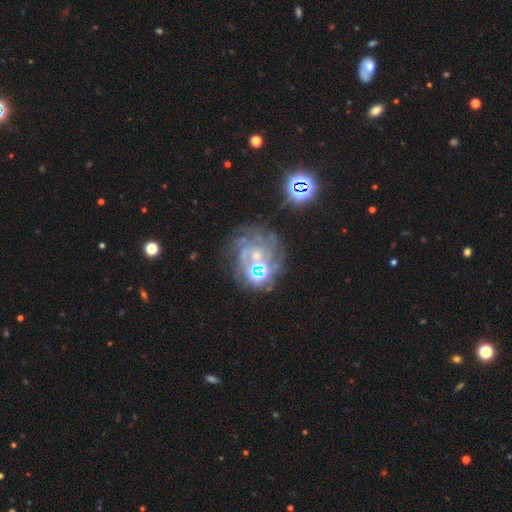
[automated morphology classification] A featured or disk galaxy (58%) with no bar (80%), spiral arms (62%) and a small central bulge (38%).

Vote fractions:
- Smooth or featured? featured or disk: 58% / star or artifact: 27% / smooth: 15%
- Edge-on disk? no: 98% / yes: 2%
- Bar? no: 80% / weak: 16% / strong: 5%
- Spiral arms? yes: 62% / no: 38%
- Bulge size? small: 38% / moderate: 35% / none: 17% / large: 7% / dominant: 3%
- Merging? none: 49% / major disturbance: 21% / minor disturbance: 17% / merger: 13%